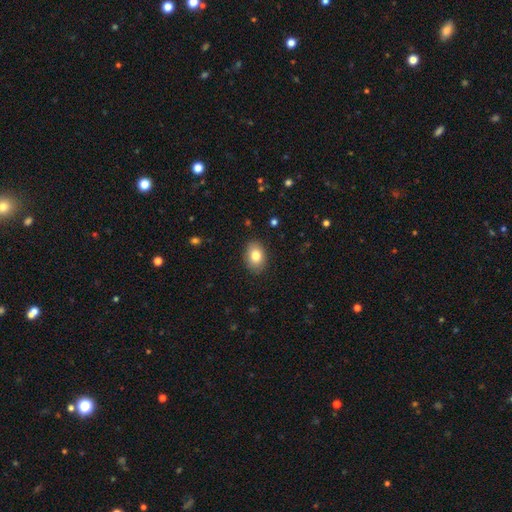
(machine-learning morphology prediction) The model was most divided on "how rounded": in between: 80%, round: 19%, cigar-shaped: 1%. More confident: merging — none (88%); smooth or featured — smooth (82%).